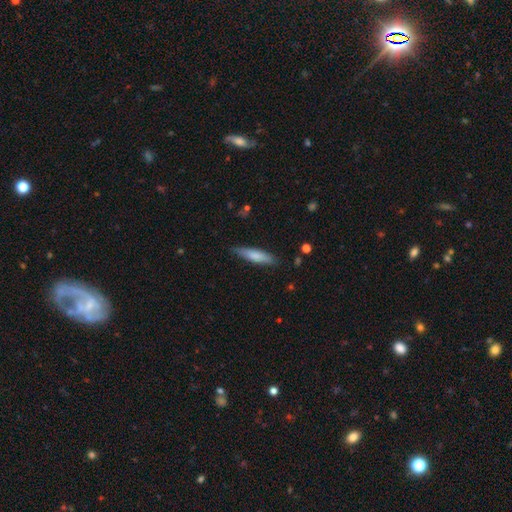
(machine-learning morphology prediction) type=smooth (77%); roundness=cigar-shaped (76%); merging=none (82%).